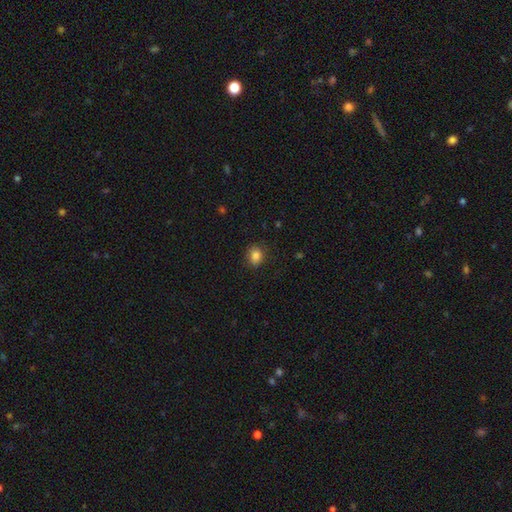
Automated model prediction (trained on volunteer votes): Q: Smooth or featured?
A: smooth (85%); runner-up: star or artifact (10%)
Q: How rounded?
A: in between (50%); runner-up: round (49%)
Q: Merging?
A: none (83%); runner-up: minor disturbance (13%)